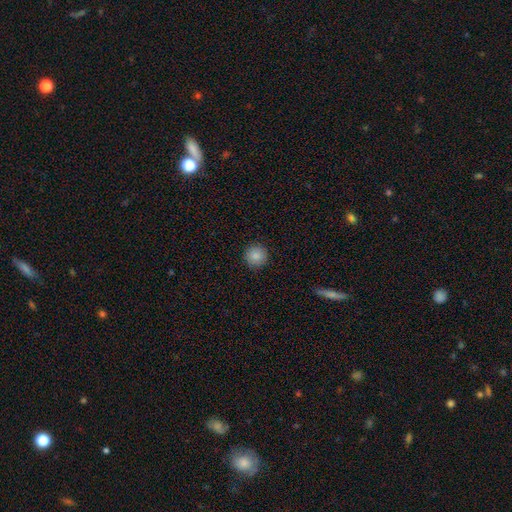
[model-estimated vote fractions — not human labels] smooth_or_featured: smooth (p=0.87) [alt: star or artifact p=0.09]
how_rounded: round (p=0.95) [alt: in between p=0.04]
merging: none (p=0.91) [alt: minor disturbance p=0.06]